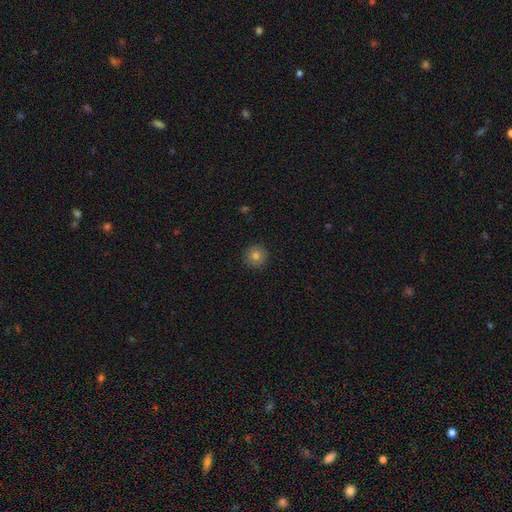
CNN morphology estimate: Smooth or featured? Predicted: smooth (p=0.80). How rounded? Predicted: round (p=0.96). Merging? Predicted: none (p=0.92).